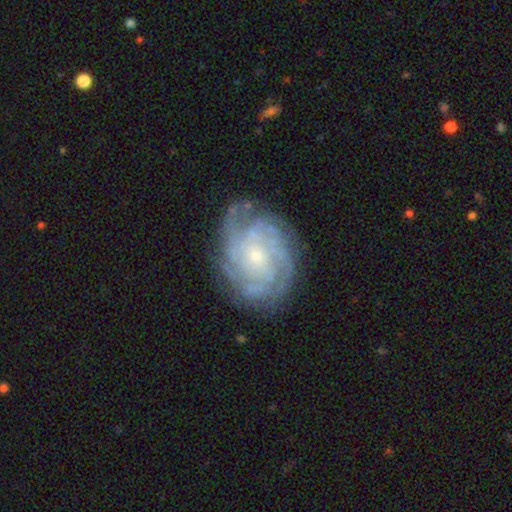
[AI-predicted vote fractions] A featured or disk galaxy (84%) with no bar (75%), tight (67%) spiral arms (94%) and a small central bulge (71%).

Vote fractions:
- Smooth or featured? featured or disk: 84% / smooth: 10% / star or artifact: 6%
- Edge-on disk? no: 97% / yes: 3%
- Bar? no: 75% / weak: 21% / strong: 4%
- Spiral arms? yes: 94% / no: 6%
- Spiral winding? tight: 67% / medium: 27% / loose: 6%
- Spiral arm count? can't tell: 33% / 4: 25% / 3: 14% / more than 4: 12% / 2: 9% / 1: 6%
- Bulge size? small: 71% / moderate: 24% / none: 2% / large: 2% / dominant: 1%
- Merging? none: 75% / minor disturbance: 17% / major disturbance: 7% / merger: 1%